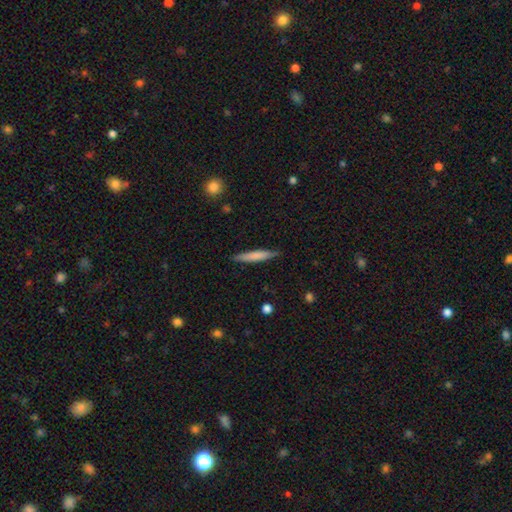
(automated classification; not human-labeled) This is likely a smooth galaxy (71%). How rounded: clearly cigar-shaped (92%). Merging: clearly none (85%).